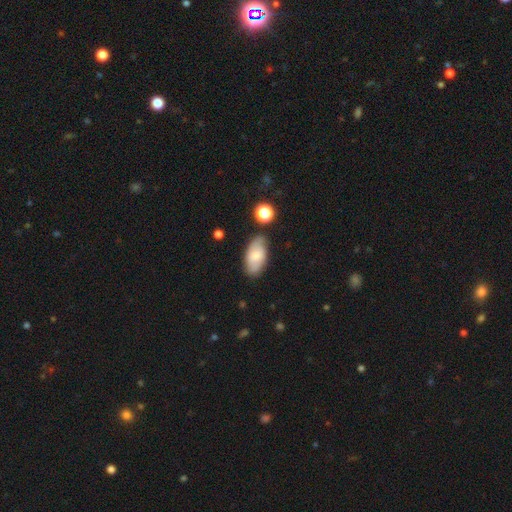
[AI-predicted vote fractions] smooth-or-featured: smooth: 68% | featured or disk: 24% | star or artifact: 8%
  how-rounded: in between: 93% | cigar-shaped: 4% | round: 3%
  merging: none: 72% | minor disturbance: 20% | major disturbance: 4% | merger: 4%